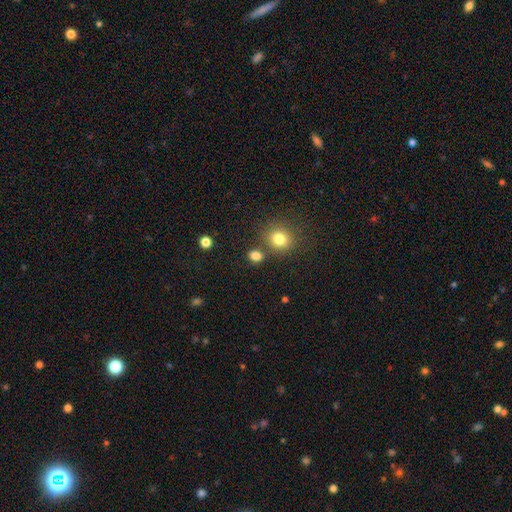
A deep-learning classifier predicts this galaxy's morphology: Smooth or featured? smooth (81%)
How rounded? round (62%)
Merging? none (72%)